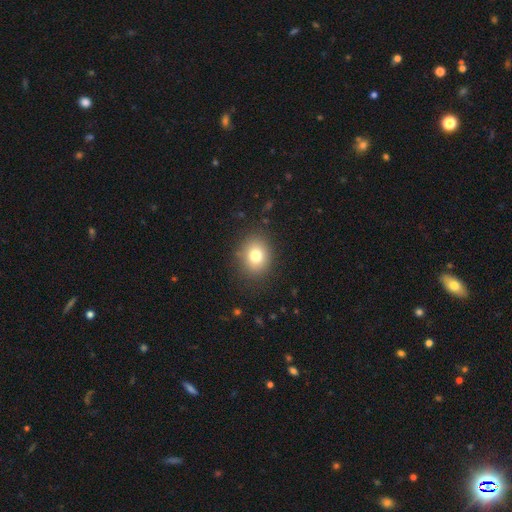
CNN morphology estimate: smooth-or-featured: smooth: 77% | star or artifact: 12% | featured or disk: 11%
  how-rounded: round: 60% | in between: 40% | cigar-shaped: 1%
  merging: none: 86% | minor disturbance: 9% | major disturbance: 3% | merger: 1%